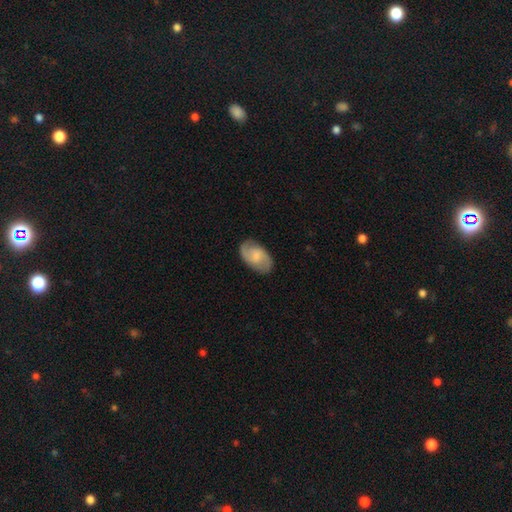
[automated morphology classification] Q: Smooth or featured?
A: featured or disk (58%); runner-up: smooth (36%)
Q: Edge-on disk?
A: no (96%); runner-up: yes (4%)
Q: Bar?
A: weak (48%); runner-up: no (43%)
Q: Spiral arms?
A: yes (90%); runner-up: no (10%)
Q: Bulge size?
A: moderate (32%); tied with: small (32%)
Q: Merging?
A: none (83%); runner-up: minor disturbance (13%)